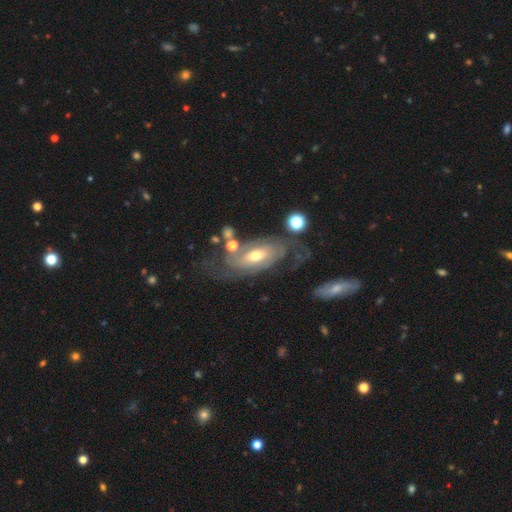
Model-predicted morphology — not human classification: type=featured or disk (84%); edge-on=no (93%); bar=no (53%); spiral arms=yes (93%); winding=tight (55%); arm count=2 (48%); bulge=moderate (64%); merging=none (57%).